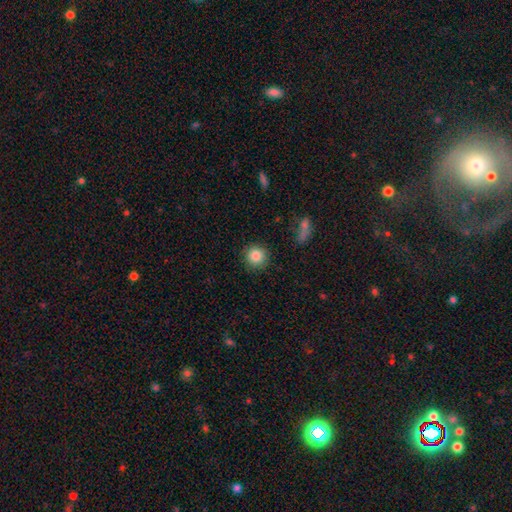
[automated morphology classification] Smooth or featured: smooth — 86% (star or artifact — 9%)
How rounded: round — 94% (in between — 5%)
Merging: none — 89% (minor disturbance — 7%)